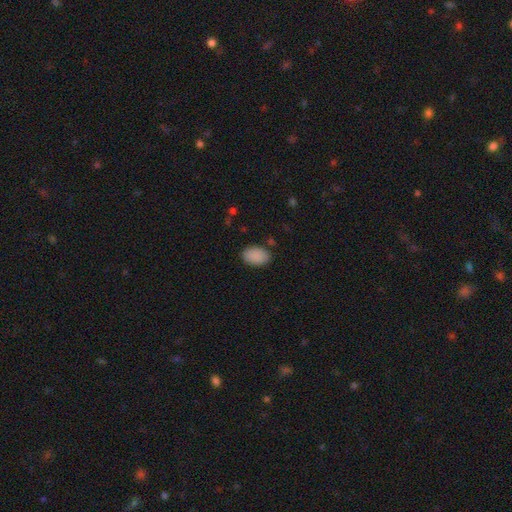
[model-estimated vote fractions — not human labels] smooth_or_featured: smooth (p=0.90) [alt: star or artifact p=0.07]
how_rounded: in between (p=0.89) [alt: round p=0.09]
merging: none (p=0.85) [alt: minor disturbance p=0.11]